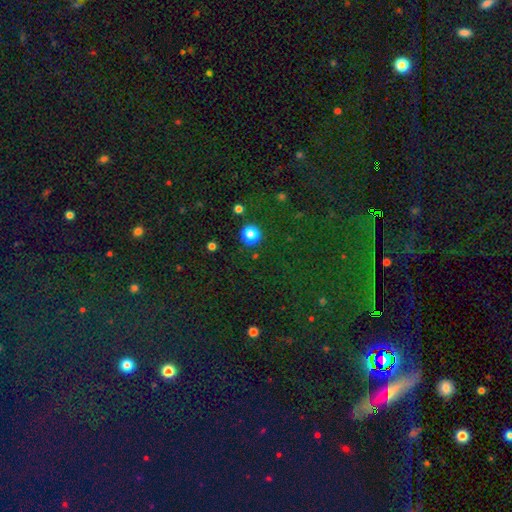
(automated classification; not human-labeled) smooth_or_featured: smooth (p=0.55) [alt: star or artifact p=0.40]
how_rounded: round (p=0.92) [alt: in between p=0.06]
merging: none (p=0.91) [alt: minor disturbance p=0.05]